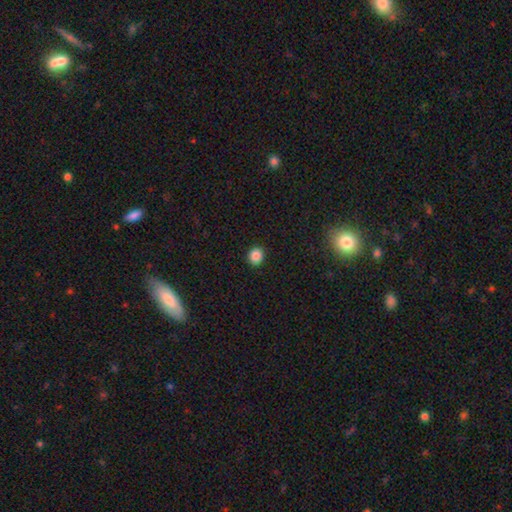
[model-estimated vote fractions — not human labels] The model was most divided on "how rounded": round: 74%, in between: 25%, cigar-shaped: 1%. More confident: merging — none (91%); smooth or featured — smooth (86%).